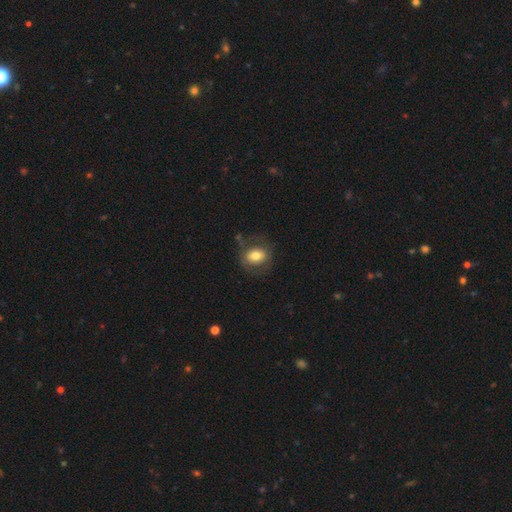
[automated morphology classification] Smooth or featured? Predicted: smooth (p=0.69). How rounded? Predicted: in between (p=0.57). Merging? Predicted: none (p=0.69).